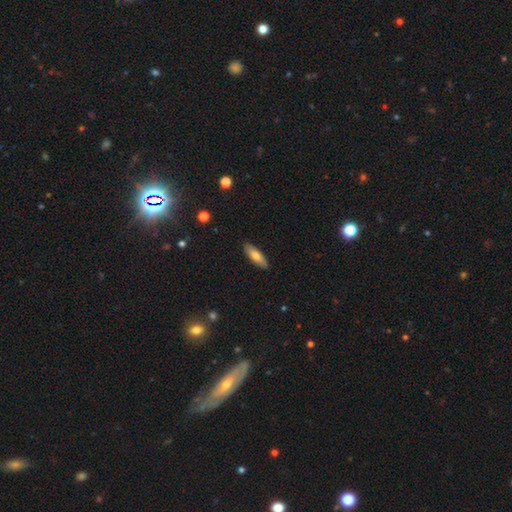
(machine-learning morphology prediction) Smooth or featured: smooth — 73% (featured or disk — 21%)
How rounded: in between — 50% (cigar-shaped — 48%)
Merging: none — 89% (minor disturbance — 8%)